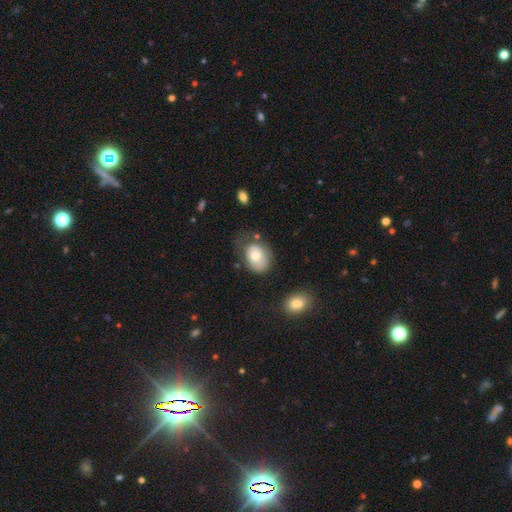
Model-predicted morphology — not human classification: A smooth galaxy with no disk features (73%) that is in between round and cigar-shaped (72%).

Vote fractions:
- Smooth or featured? smooth: 73% / featured or disk: 19% / star or artifact: 8%
- How rounded? in between: 72% / round: 27% / cigar-shaped: 1%
- Merging? none: 52% / minor disturbance: 28% / major disturbance: 15% / merger: 5%